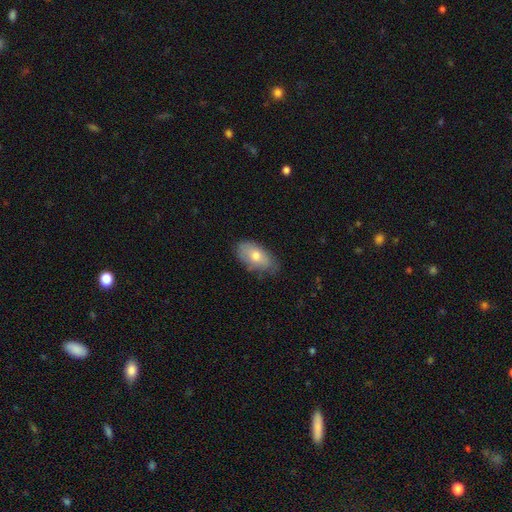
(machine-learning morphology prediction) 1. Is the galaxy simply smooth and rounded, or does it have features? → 71% smooth, 22% featured or disk, 7% star or artifact.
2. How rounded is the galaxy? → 92% in between, 5% round, 3% cigar-shaped.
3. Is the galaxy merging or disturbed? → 66% none, 27% minor disturbance, 5% major disturbance, 1% merger.